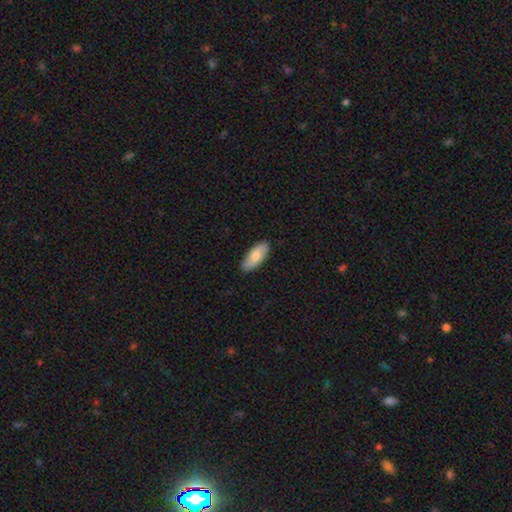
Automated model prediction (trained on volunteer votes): A smooth galaxy with no disk features (77%) that is in between round and cigar-shaped (83%). Merging: none (88%).